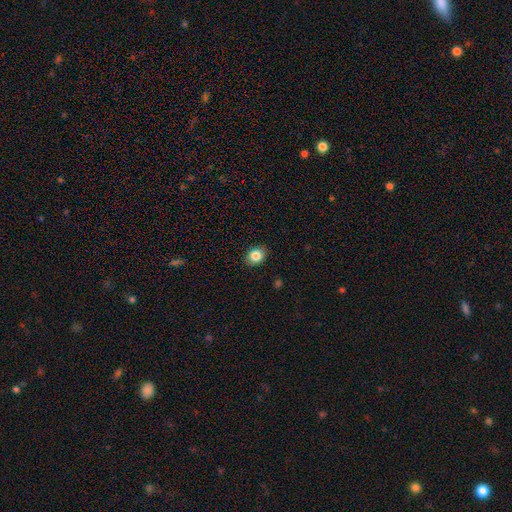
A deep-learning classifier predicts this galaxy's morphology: smooth-or-featured: smooth: 84% | star or artifact: 9% | featured or disk: 7%
  how-rounded: in between: 52% | round: 47% | cigar-shaped: 1%
  merging: none: 88% | minor disturbance: 9% | major disturbance: 2% | merger: 1%